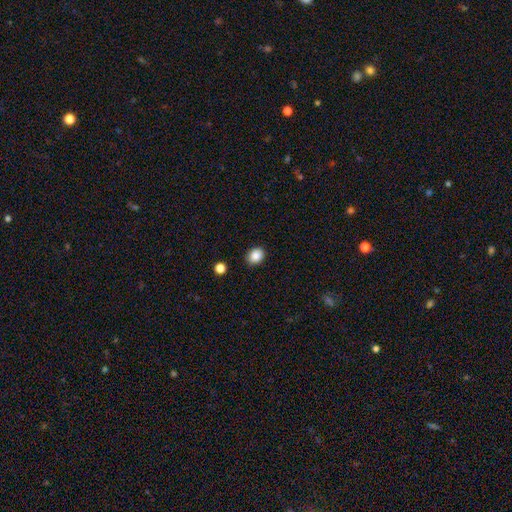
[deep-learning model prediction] smooth 87%, star or artifact 9%, featured or disk 4%. Down the decision tree: how rounded — in between (51%); merging — none (88%).